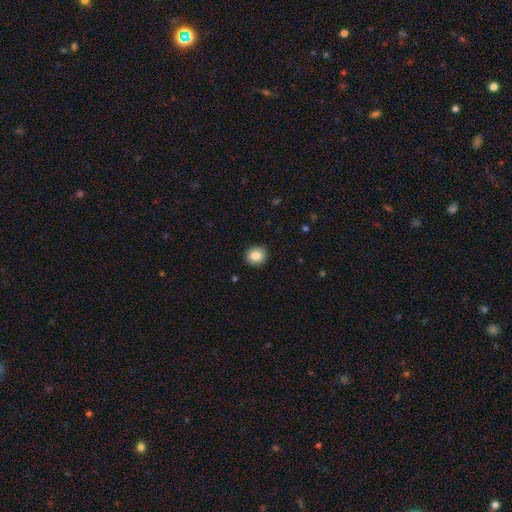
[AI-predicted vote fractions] This appears to be a smooth galaxy with no disk features (85%) that is round (78%). Merging: none (91%).